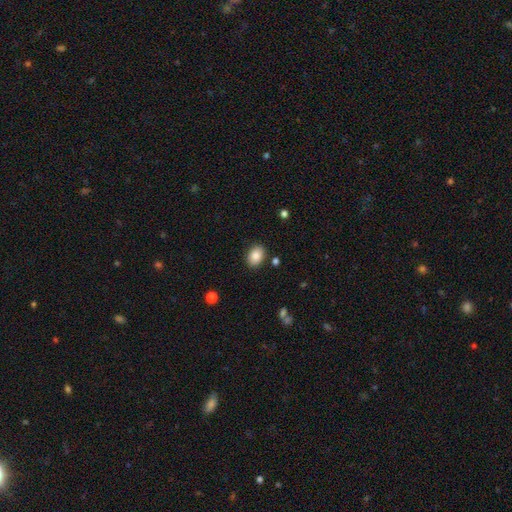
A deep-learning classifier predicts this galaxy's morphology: A smooth galaxy with no disk features (86%) that is in between round and cigar-shaped (78%). Merging: none (87%).